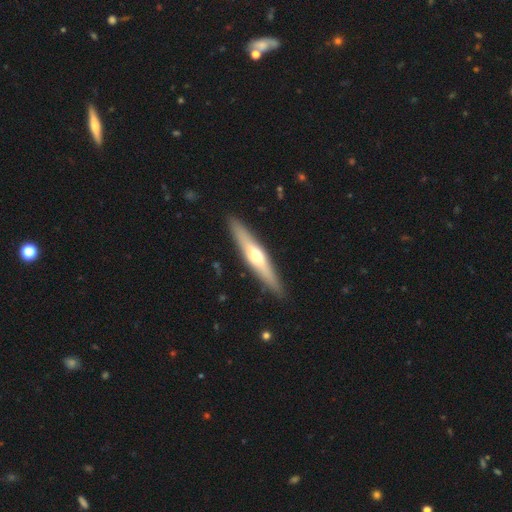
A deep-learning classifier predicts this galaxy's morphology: This appears to be a featured or disk galaxy (58%) viewed edge-on (93%) with a rounded central bulge (88%). Merging: none (90%).